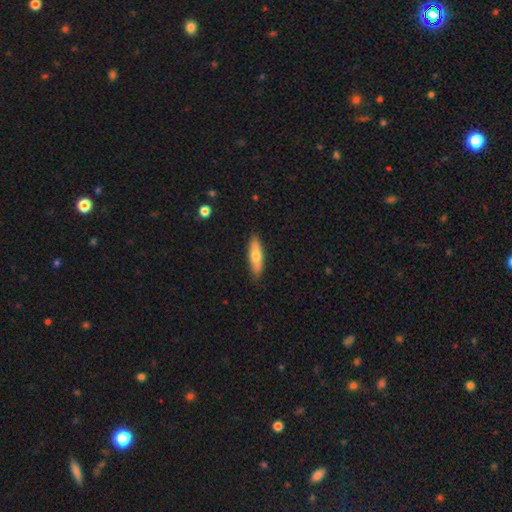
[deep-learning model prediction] A smooth galaxy with no disk features (68%) that is cigar-shaped (53%).

Vote fractions:
- Smooth or featured? smooth: 68% / featured or disk: 26% / star or artifact: 5%
- How rounded? cigar-shaped: 53% / in between: 45% / round: 2%
- Merging? none: 85% / minor disturbance: 12% / major disturbance: 2% / merger: 1%